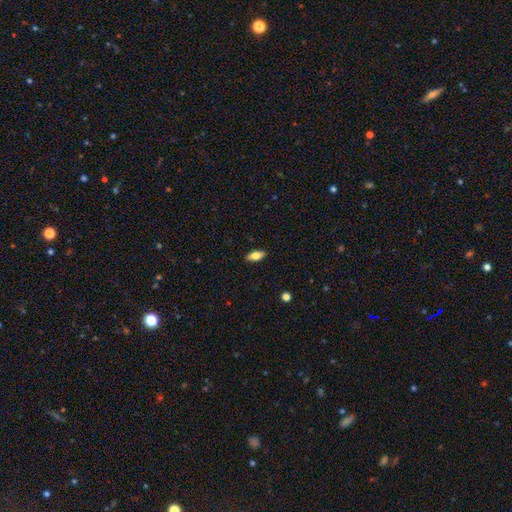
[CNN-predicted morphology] Smooth or featured? smooth (75%)
How rounded? in between (85%)
Merging? none (89%)